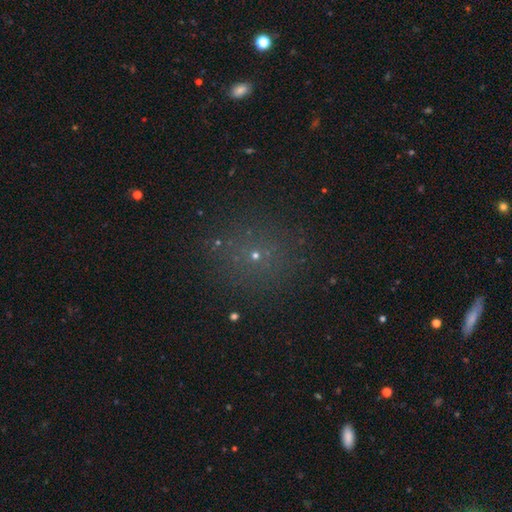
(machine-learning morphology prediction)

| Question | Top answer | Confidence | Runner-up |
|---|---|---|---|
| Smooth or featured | smooth | 47% | star or artifact (39%) |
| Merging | none | 82% | minor disturbance (10%) |